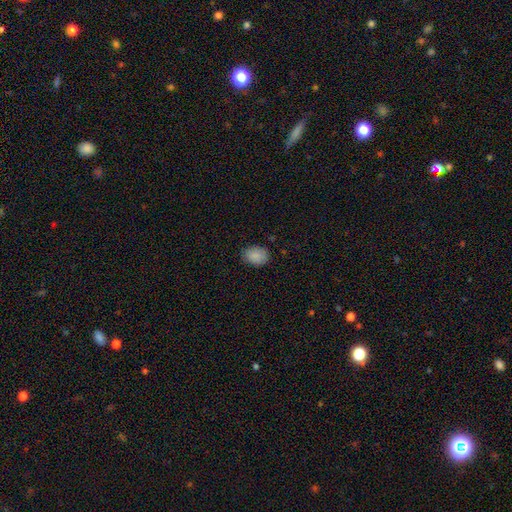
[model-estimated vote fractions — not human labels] Q: Smooth or featured?
A: smooth (88%); runner-up: star or artifact (8%)
Q: How rounded?
A: in between (70%); runner-up: round (29%)
Q: Merging?
A: none (81%); runner-up: minor disturbance (15%)